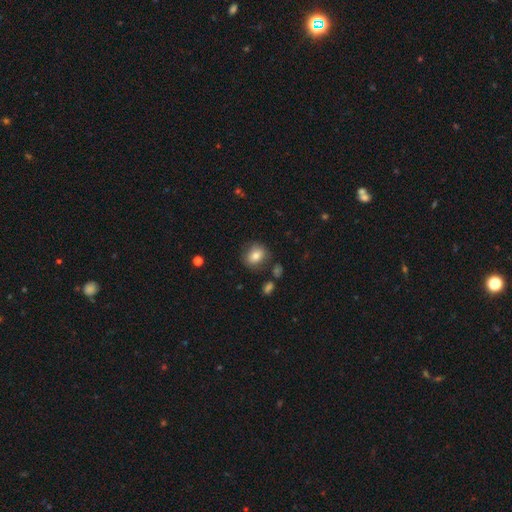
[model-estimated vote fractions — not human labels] Smooth or featured? smooth (78%)
How rounded? round (58%)
Merging? none (78%)